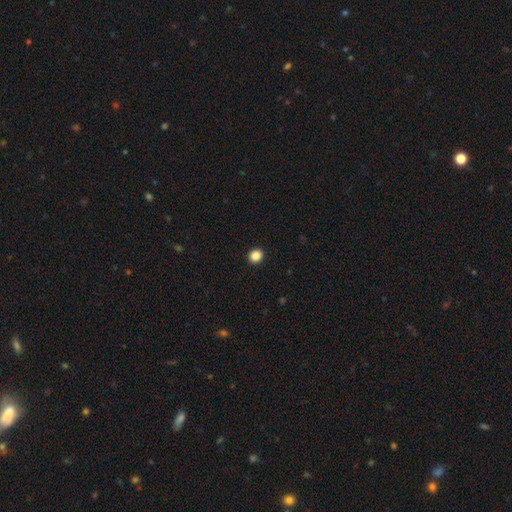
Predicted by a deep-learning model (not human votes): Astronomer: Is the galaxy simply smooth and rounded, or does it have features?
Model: smooth — 86%.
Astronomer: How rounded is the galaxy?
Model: round — 81%.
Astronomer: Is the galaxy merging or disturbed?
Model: none — 93%.